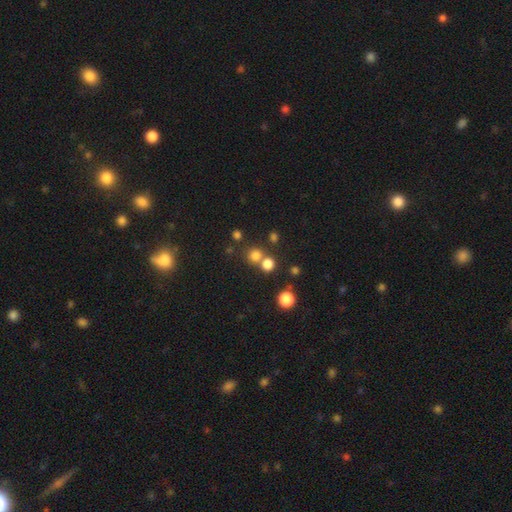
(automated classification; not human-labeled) Morphology: type=smooth (74%); roundness=round (89%); merging=none (64%).